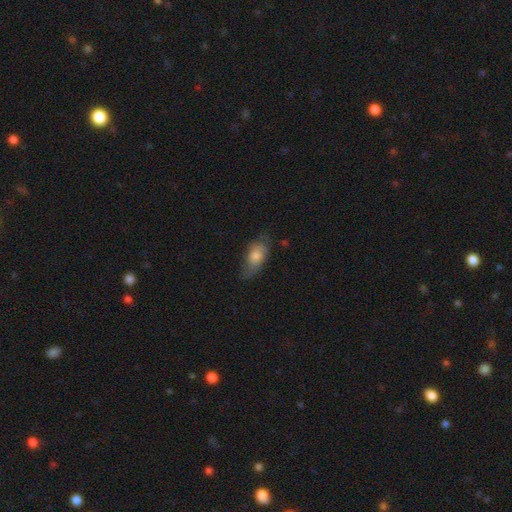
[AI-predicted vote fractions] This appears to be a smooth galaxy with no disk features (70%) that is in between round and cigar-shaped (87%). Merging: none (52%).